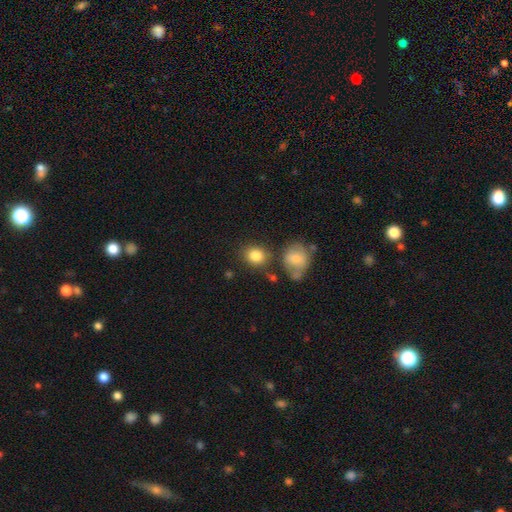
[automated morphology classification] This appears to be a smooth galaxy with no disk features (85%) that is round (67%). Merging: none (71%).